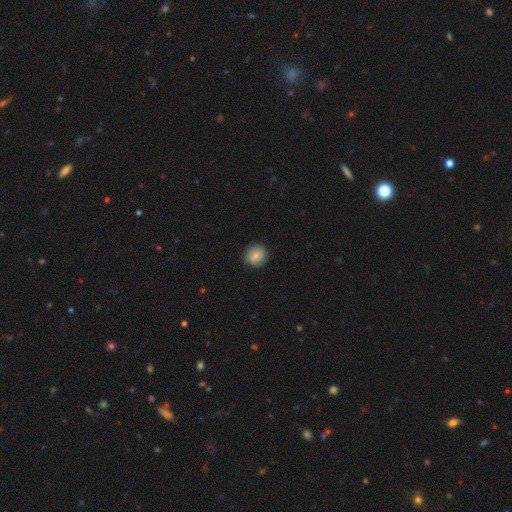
Q: Smooth or featured?
A: smooth (92%); runner-up: star or artifact (5%)
Q: How rounded?
A: round (74%); runner-up: in between (26%)
Q: Merging?
A: none (83%); runner-up: minor disturbance (17%)